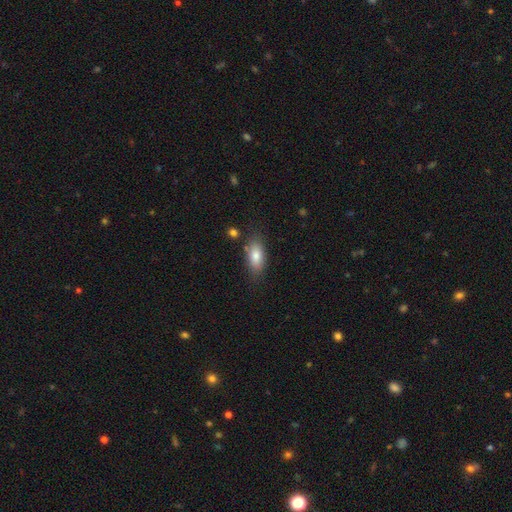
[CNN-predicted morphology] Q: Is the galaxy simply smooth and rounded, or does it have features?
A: smooth — 81%.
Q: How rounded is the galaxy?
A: in between — 86%.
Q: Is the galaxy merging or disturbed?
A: none — 78%.